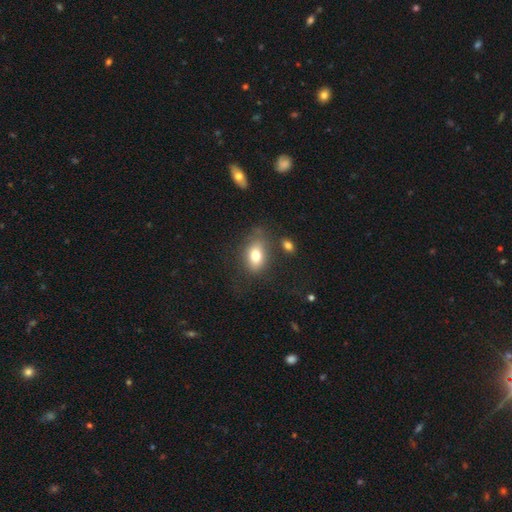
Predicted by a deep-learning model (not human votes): Overall: smooth (76%). How rounded: in between (83%). Merging: none (64%).